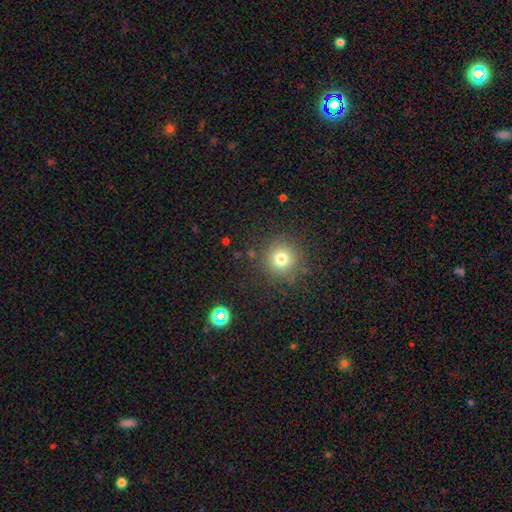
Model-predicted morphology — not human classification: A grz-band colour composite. It shows a smooth galaxy with no disk features (73%) that is round (96%). Merging: none (90%).